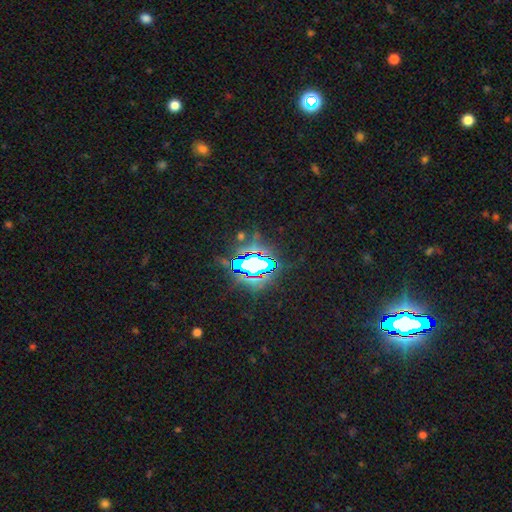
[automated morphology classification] smooth_or_featured: star or artifact (p=0.80) [alt: smooth p=0.11]